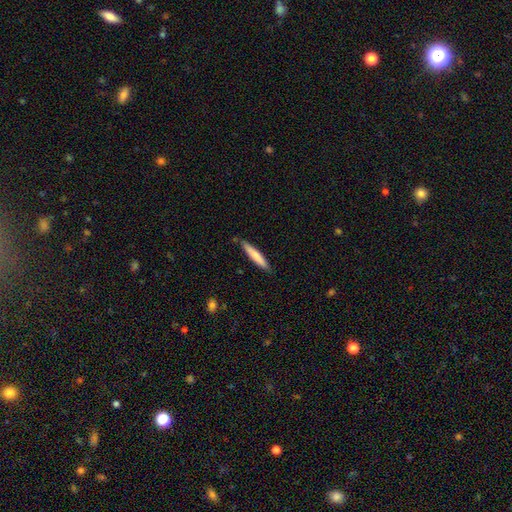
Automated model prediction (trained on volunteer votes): The model was most divided on "smooth or featured": smooth: 72%, featured or disk: 23%, star or artifact: 5%. More confident: how rounded — cigar-shaped (92%); merging — none (86%).